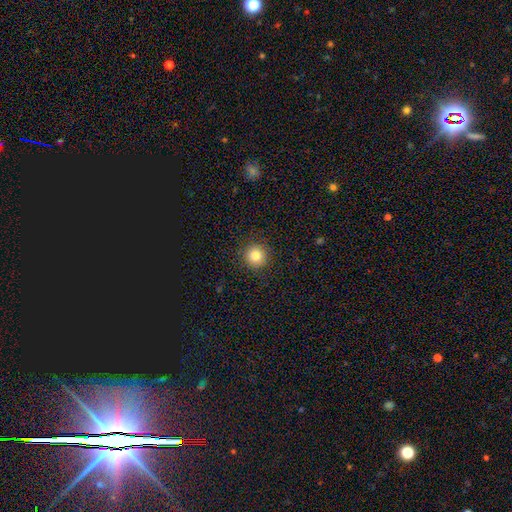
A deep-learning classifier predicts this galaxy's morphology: smooth_or_featured: smooth (p=0.82) [alt: star or artifact p=0.11]
how_rounded: round (p=0.95) [alt: in between p=0.04]
merging: none (p=0.92) [alt: minor disturbance p=0.05]